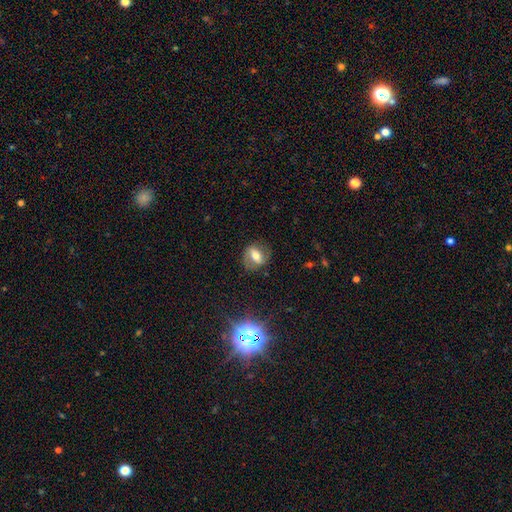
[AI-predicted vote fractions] Smooth or featured: featured or disk — 52% (smooth — 36%)
Edge-on disk: no — 92% (yes — 8%)
Merging: none — 78% (minor disturbance — 15%)